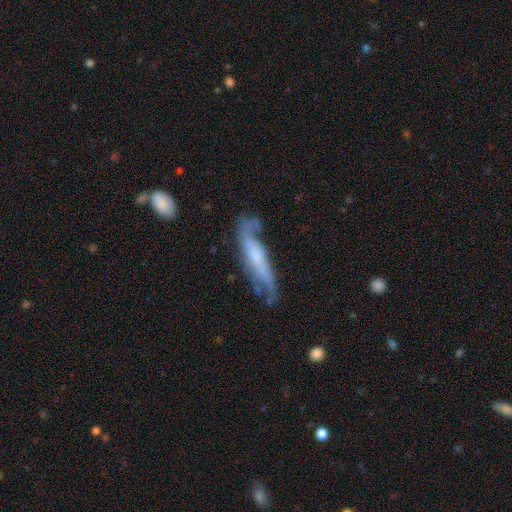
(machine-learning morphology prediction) smooth-or-featured: featured or disk: 68% | smooth: 25% | star or artifact: 7%
  disk-edge-on: no: 61% | yes: 39%
  merging: none: 53% | minor disturbance: 26% | major disturbance: 17% | merger: 4%